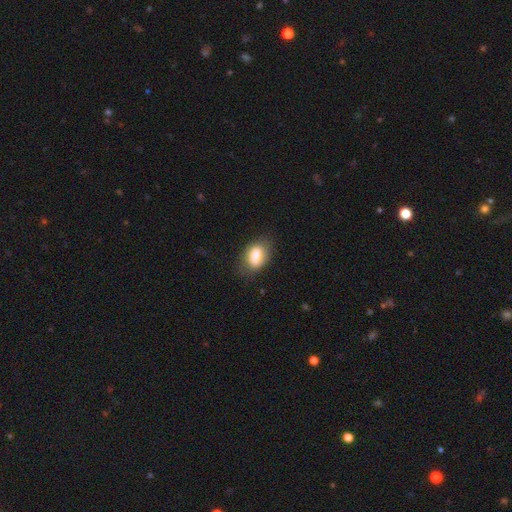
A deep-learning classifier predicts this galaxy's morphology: A smooth galaxy with no disk features (81%) that is in between round and cigar-shaped (88%). Merging: none (73%).